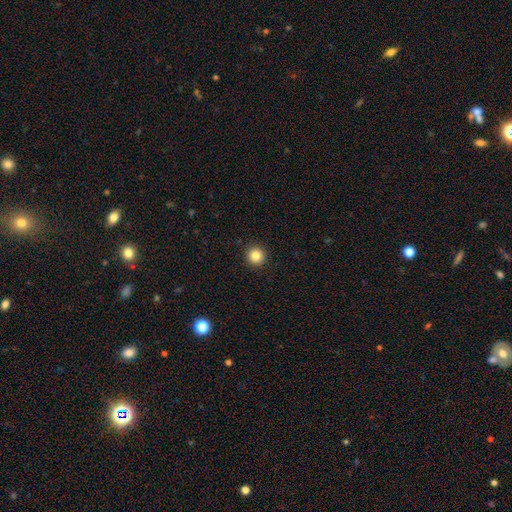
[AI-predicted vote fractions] Morphology: type=smooth (85%); roundness=round (95%); merging=none (93%).